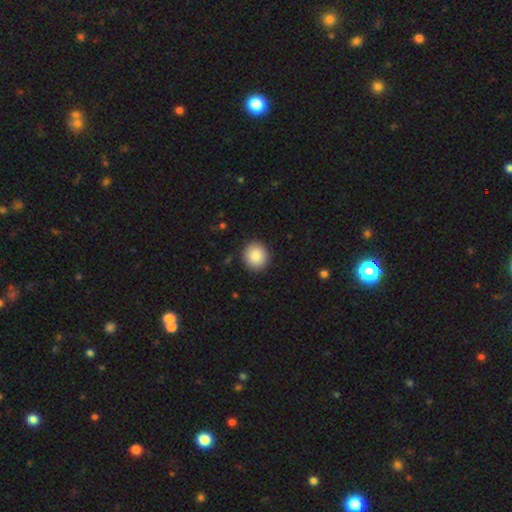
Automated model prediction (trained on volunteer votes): Smooth or featured? smooth (88%)
How rounded? round (84%)
Merging? none (91%)